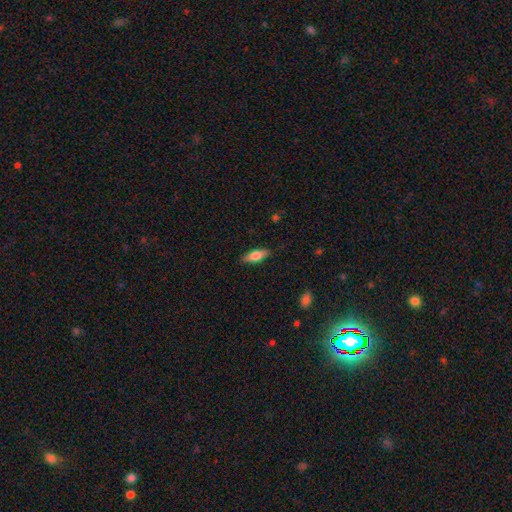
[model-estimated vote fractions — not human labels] smooth 70%, featured or disk 24%, star or artifact 6%. Down the decision tree: how rounded — in between (69%); merging — none (87%).